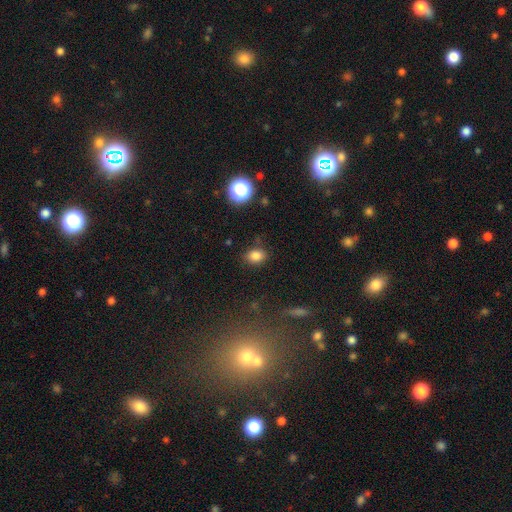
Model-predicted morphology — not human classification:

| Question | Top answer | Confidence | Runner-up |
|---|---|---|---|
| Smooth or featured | smooth | 82% | star or artifact (13%) |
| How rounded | in between | 64% | round (35%) |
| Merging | none | 80% | minor disturbance (14%) |